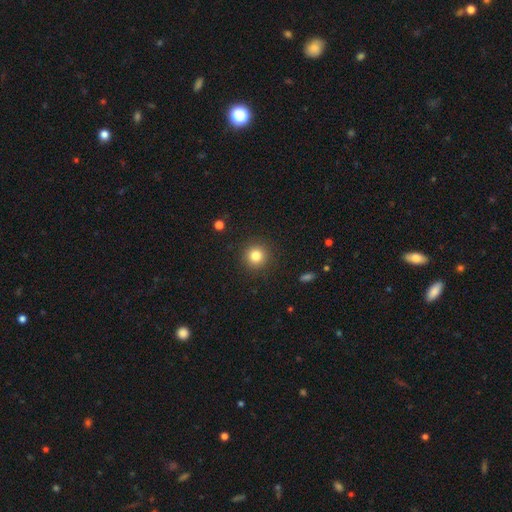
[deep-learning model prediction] smooth_or_featured: smooth (p=0.82) [alt: star or artifact p=0.12]
how_rounded: round (p=0.95) [alt: in between p=0.04]
merging: none (p=0.92) [alt: minor disturbance p=0.05]